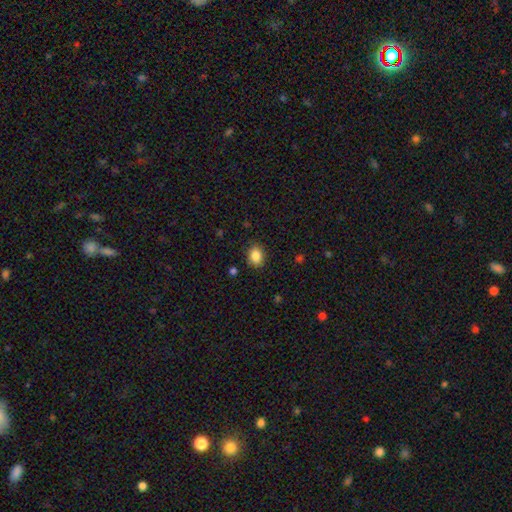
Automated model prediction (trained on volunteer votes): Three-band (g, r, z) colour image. It shows a smooth galaxy with no disk features (86%) that is in between round and cigar-shaped (52%). Merging: none (87%).